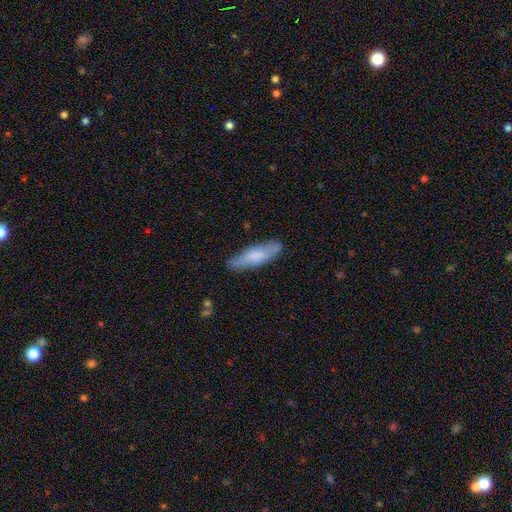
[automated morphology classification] Smooth or featured? Predicted: smooth (p=0.68). How rounded? Predicted: cigar-shaped (p=0.60). Merging? Predicted: none (p=0.81).